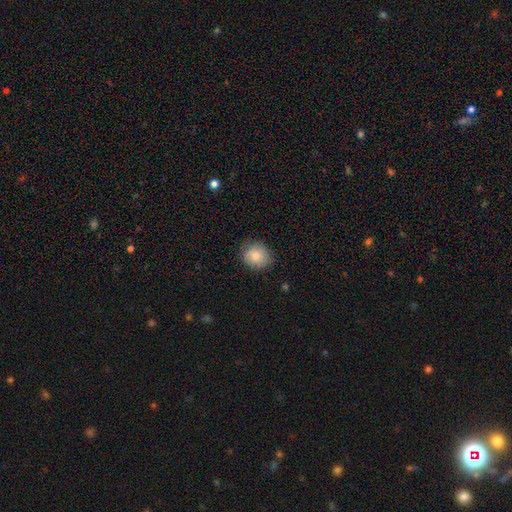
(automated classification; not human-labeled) Morphology: type=smooth (80%); roundness=round (77%); merging=none (82%).